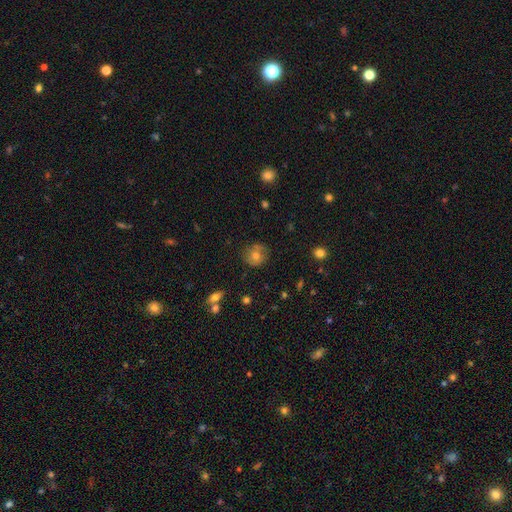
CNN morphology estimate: This is likely a smooth galaxy (64%). How rounded: clearly round (86%). Merging: likely none (77%).